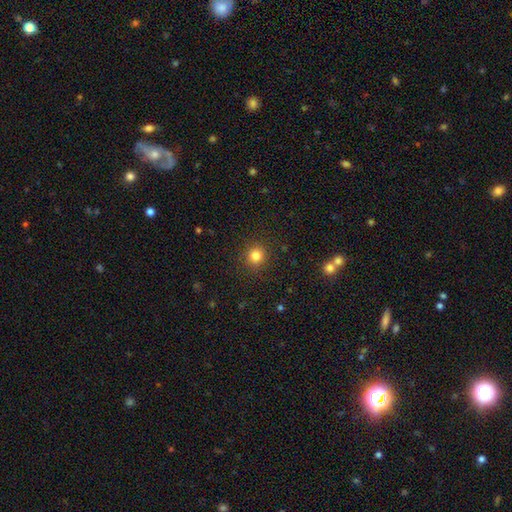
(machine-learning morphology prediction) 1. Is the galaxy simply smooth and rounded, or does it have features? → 82% smooth, 13% star or artifact, 5% featured or disk.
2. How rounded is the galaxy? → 92% round, 7% in between, 1% cigar-shaped.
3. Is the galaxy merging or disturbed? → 90% none, 6% minor disturbance, 3% major disturbance, 1% merger.